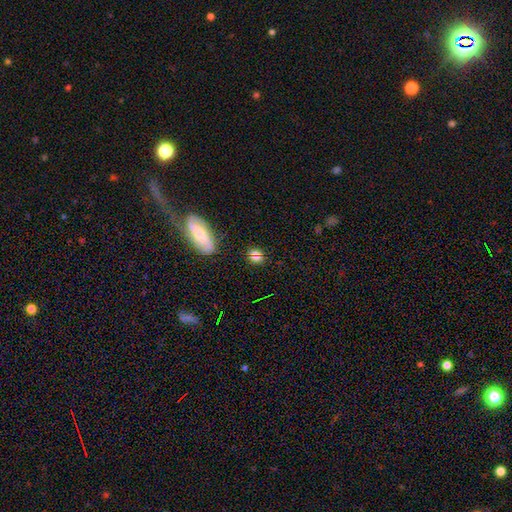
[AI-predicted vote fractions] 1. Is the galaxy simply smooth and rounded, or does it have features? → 69% smooth, 19% star or artifact, 12% featured or disk.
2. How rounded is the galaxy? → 66% round, 30% in between, 4% cigar-shaped.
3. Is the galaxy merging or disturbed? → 71% none, 12% minor disturbance, 12% merger, 5% major disturbance.